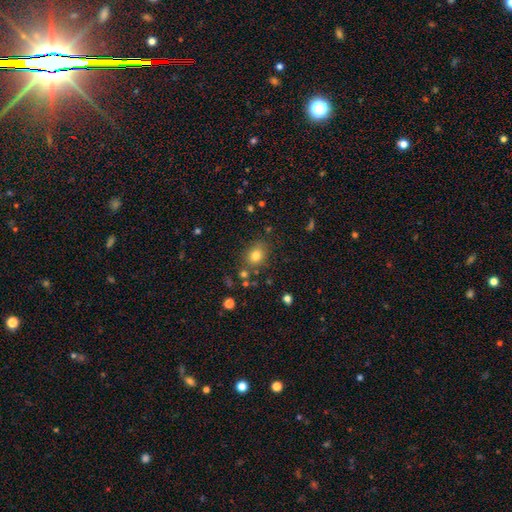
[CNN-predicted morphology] Smooth or featured?
  - smooth: 79% *
  - star or artifact: 13%
  - featured or disk: 8%
How rounded?
  - round: 61% *
  - in between: 38%
  - cigar-shaped: 1%
Merging?
  - none: 78% *
  - minor disturbance: 12%
  - merger: 5%
  - major disturbance: 4%